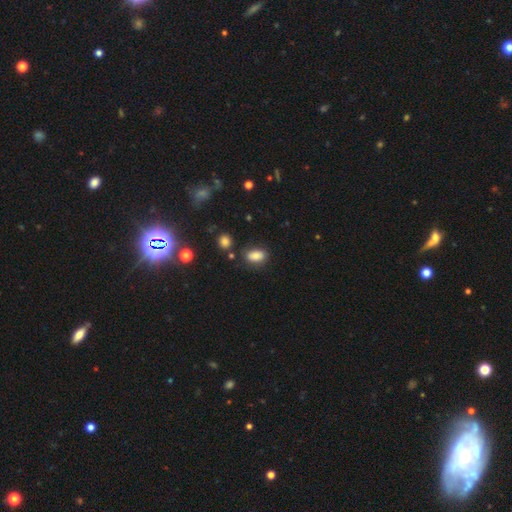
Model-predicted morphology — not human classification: Smooth or featured? smooth (83%)
How rounded? in between (88%)
Merging? none (77%)